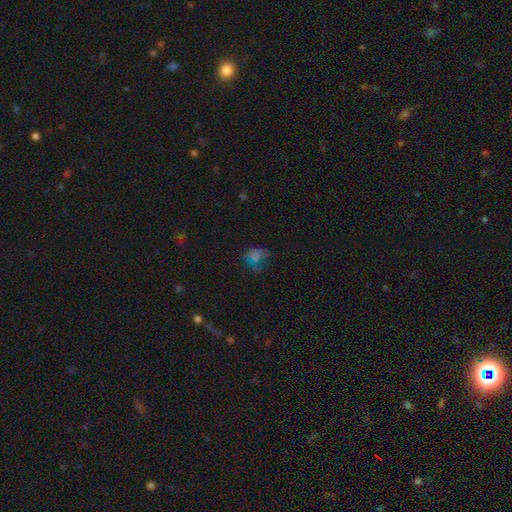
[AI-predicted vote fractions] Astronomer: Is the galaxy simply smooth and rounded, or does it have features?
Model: smooth — 42% (runner-up: star or artifact, 38%).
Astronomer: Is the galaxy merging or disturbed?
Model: none — 46% (runner-up: major disturbance, 26%).